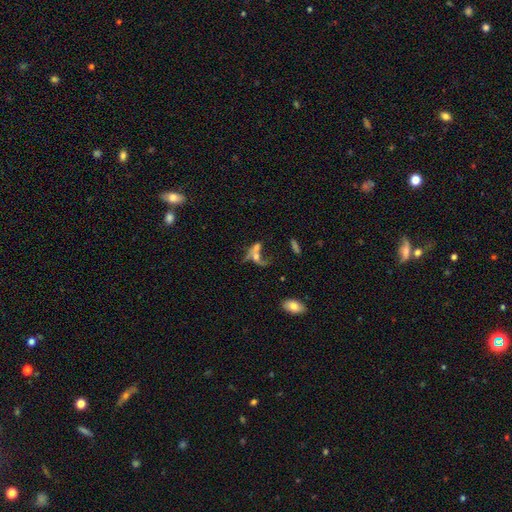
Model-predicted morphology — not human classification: smooth_or_featured: featured or disk (p=0.49) [alt: smooth p=0.34]
merging: merger (p=0.49) [alt: none p=0.23]